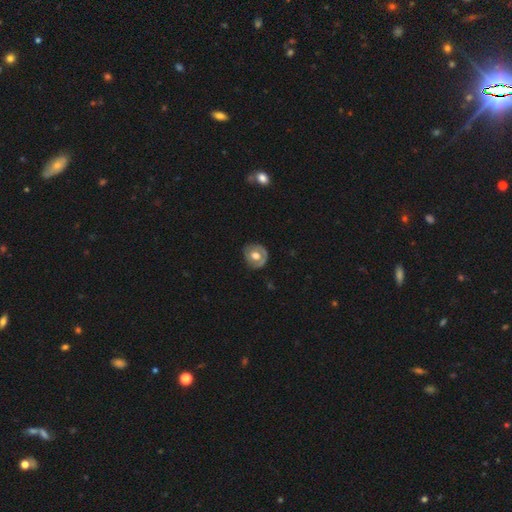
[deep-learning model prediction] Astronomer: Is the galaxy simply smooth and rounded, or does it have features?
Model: smooth — 50% (runner-up: featured or disk, 43%).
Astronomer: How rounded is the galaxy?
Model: round — 84%.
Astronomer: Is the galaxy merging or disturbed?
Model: none — 75%.